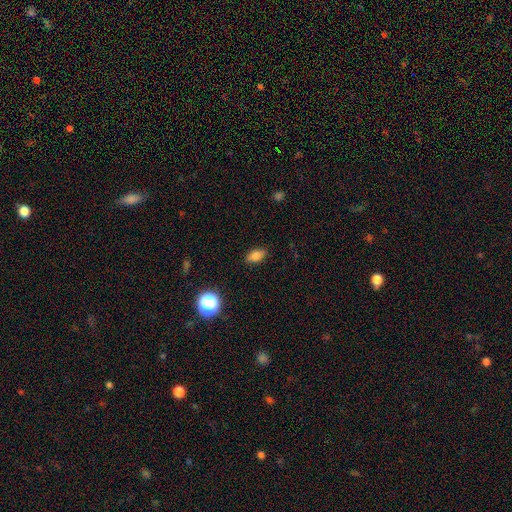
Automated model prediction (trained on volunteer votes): This is clearly a smooth galaxy (81%). How rounded: clearly in between (87%). Merging: clearly none (87%).